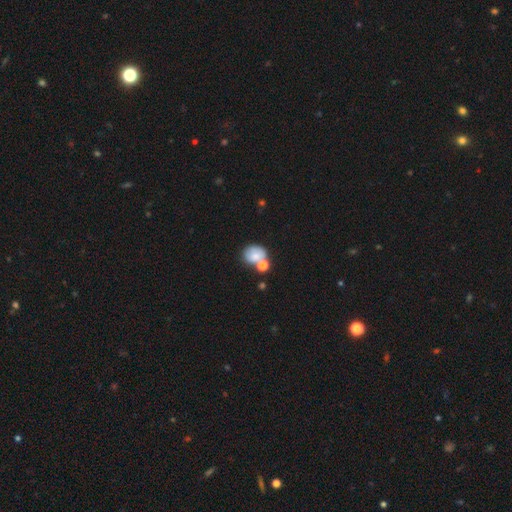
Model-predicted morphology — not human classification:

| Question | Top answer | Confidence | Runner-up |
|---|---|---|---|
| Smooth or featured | smooth | 72% | featured or disk (18%) |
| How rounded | round | 56% | in between (43%) |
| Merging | none | 40% | merger (38%) |